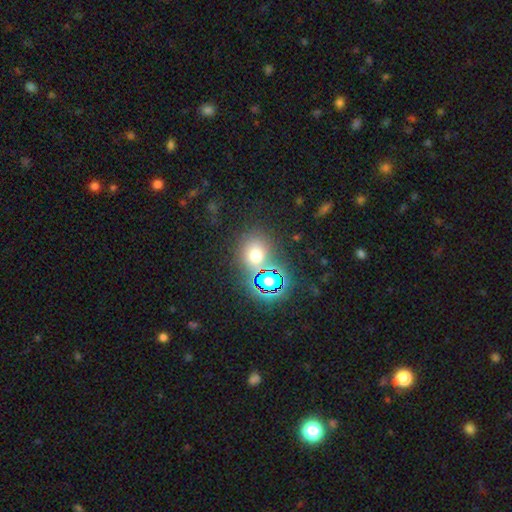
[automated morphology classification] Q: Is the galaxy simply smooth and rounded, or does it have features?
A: smooth — 60%.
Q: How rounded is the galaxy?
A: round — 67%.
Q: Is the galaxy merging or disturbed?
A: none — 73%.